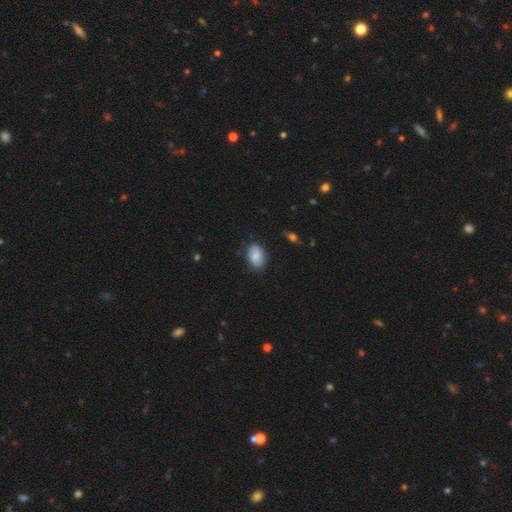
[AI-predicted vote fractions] Smooth or featured?
  - smooth: 69% *
  - featured or disk: 23%
  - star or artifact: 7%
How rounded?
  - in between: 86% *
  - round: 13%
  - cigar-shaped: 1%
Merging?
  - none: 73% *
  - minor disturbance: 21%
  - major disturbance: 4%
  - merger: 1%